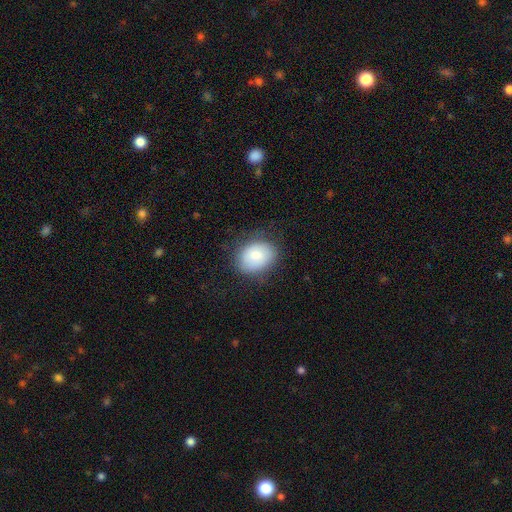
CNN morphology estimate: A smooth galaxy with no disk features (77%) that is in between round and cigar-shaped (58%). Merging: none (76%).